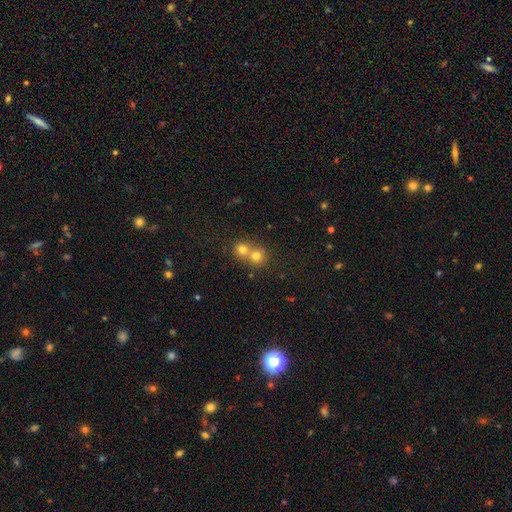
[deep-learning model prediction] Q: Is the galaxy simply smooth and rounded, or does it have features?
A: smooth — 73%.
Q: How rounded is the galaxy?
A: round — 83%.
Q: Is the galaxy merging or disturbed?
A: merger — 60%.